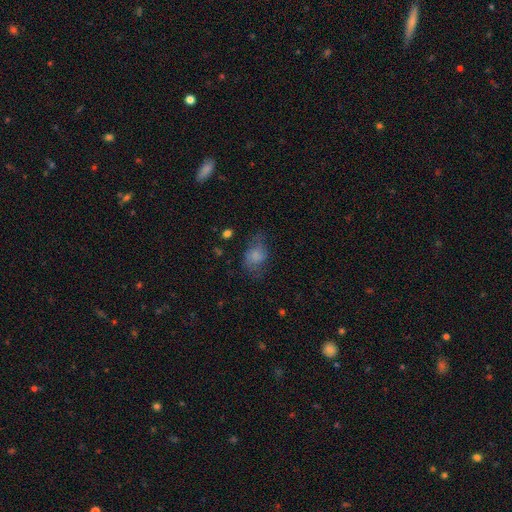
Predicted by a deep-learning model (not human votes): smooth_or_featured: smooth (p=0.68) [alt: featured or disk p=0.20]
how_rounded: in between (p=0.76) [alt: round p=0.23]
merging: none (p=0.47) [alt: minor disturbance p=0.28]